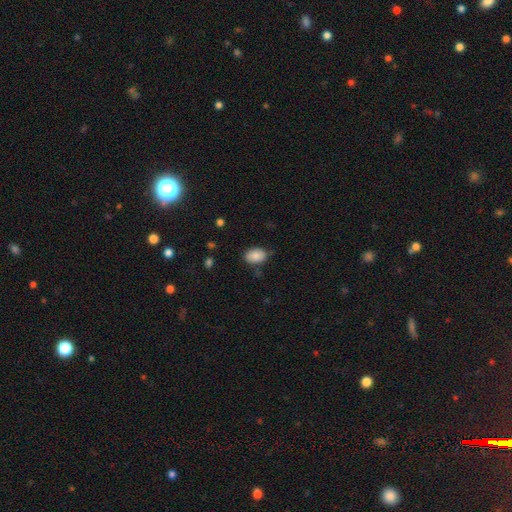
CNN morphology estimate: Smooth or featured?
  - smooth: 84% *
  - featured or disk: 8%
  - star or artifact: 7%
How rounded?
  - in between: 84% *
  - round: 15%
  - cigar-shaped: 1%
Merging?
  - none: 75% *
  - minor disturbance: 19%
  - major disturbance: 4%
  - merger: 2%